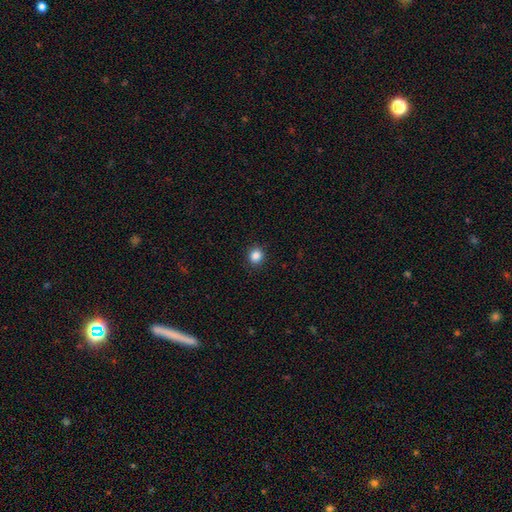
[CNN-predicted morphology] smooth-or-featured: smooth: 86% | star or artifact: 11% | featured or disk: 4%
  how-rounded: round: 83% | in between: 16% | cigar-shaped: 1%
  merging: none: 91% | minor disturbance: 6% | major disturbance: 2% | merger: 1%